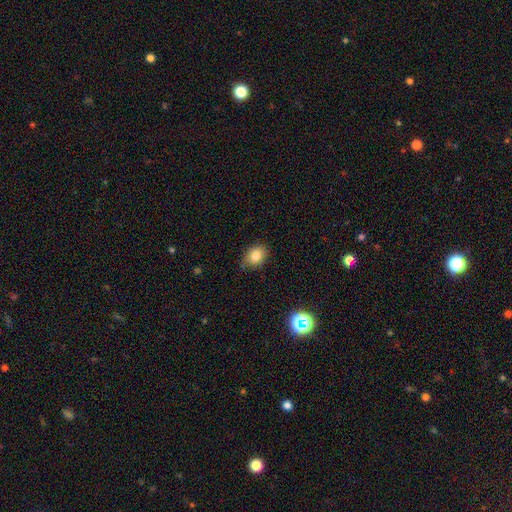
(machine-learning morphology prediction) type=smooth (81%); roundness=in between (61%); merging=none (79%).